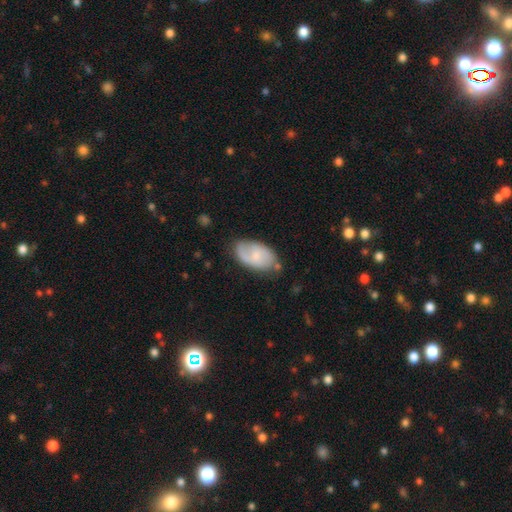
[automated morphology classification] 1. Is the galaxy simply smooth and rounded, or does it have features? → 49% smooth, 44% featured or disk, 6% star or artifact.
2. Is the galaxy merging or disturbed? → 67% none, 23% minor disturbance, 7% major disturbance, 3% merger.